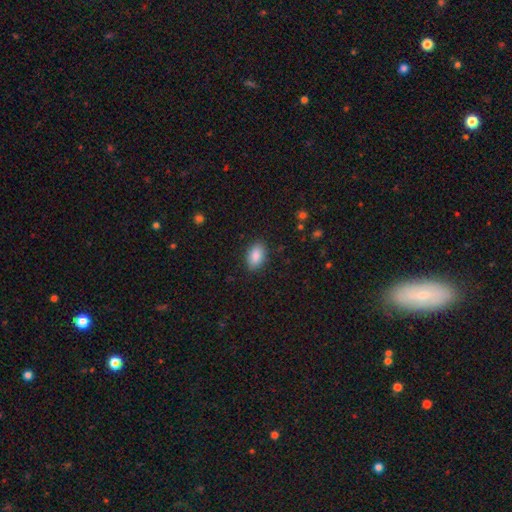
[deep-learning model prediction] Smooth or featured?
  - smooth: 89% *
  - star or artifact: 7%
  - featured or disk: 4%
How rounded?
  - in between: 91% *
  - round: 7%
  - cigar-shaped: 2%
Merging?
  - none: 87% *
  - minor disturbance: 9%
  - major disturbance: 3%
  - merger: 1%